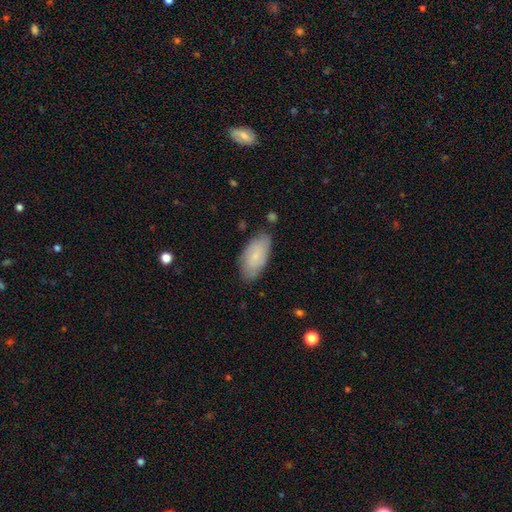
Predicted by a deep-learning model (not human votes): A smooth galaxy with no disk features (68%) that is in between round and cigar-shaped (92%). Merging: none (74%).